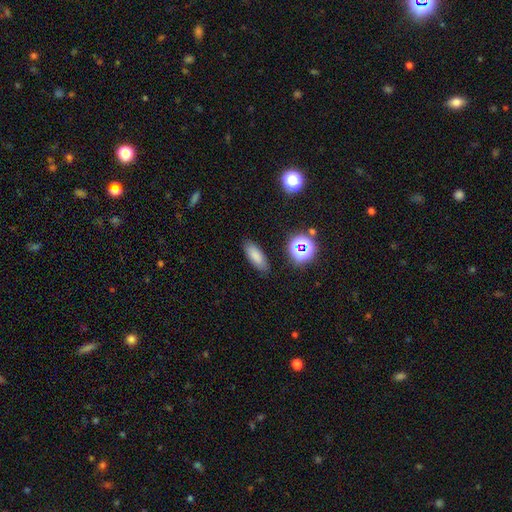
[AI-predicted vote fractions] Overall: smooth (79%). How rounded: in between (69%). Merging: none (86%).